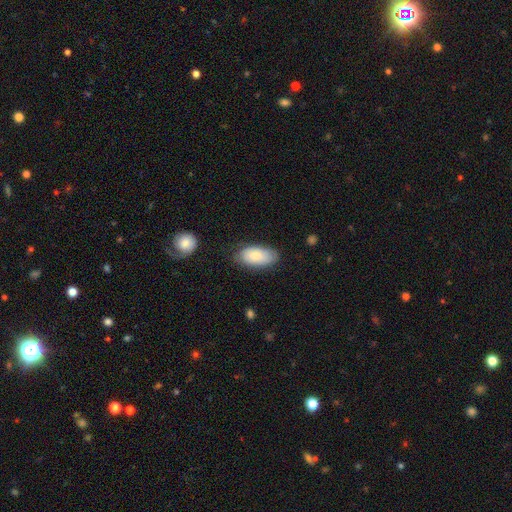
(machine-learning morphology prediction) The model was most divided on "merging": none: 75%, minor disturbance: 19%, major disturbance: 4%, merger: 2%. More confident: how rounded — in between (94%); smooth or featured — smooth (79%).